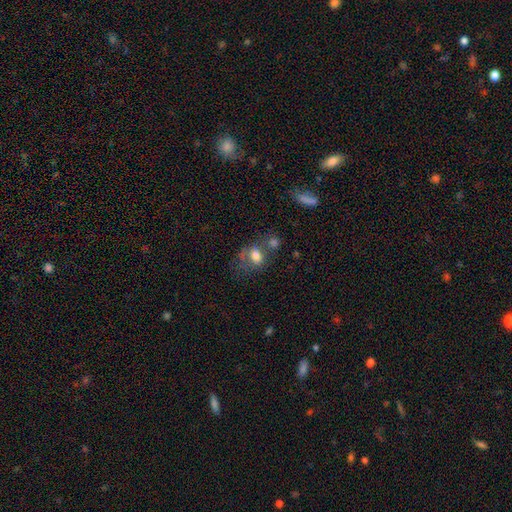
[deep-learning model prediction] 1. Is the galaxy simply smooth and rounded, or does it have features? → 69% smooth, 20% featured or disk, 11% star or artifact.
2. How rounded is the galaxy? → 67% in between, 31% round, 2% cigar-shaped.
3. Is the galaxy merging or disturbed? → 32% none, 31% merger, 19% minor disturbance, 19% major disturbance.